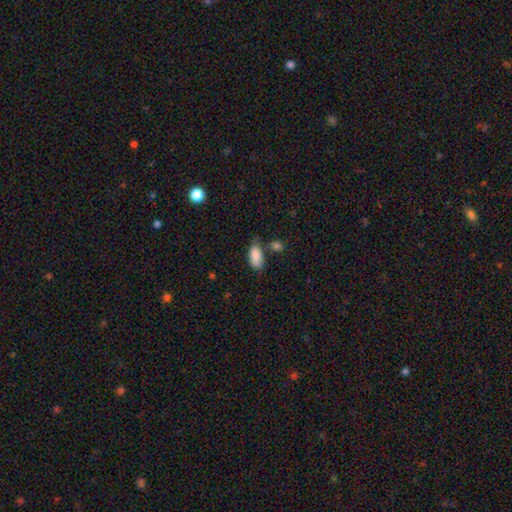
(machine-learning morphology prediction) The model was most divided on "merging": none: 53%, minor disturbance: 28%, merger: 12%, major disturbance: 7%. More confident: how rounded — in between (91%); smooth or featured — smooth (85%).